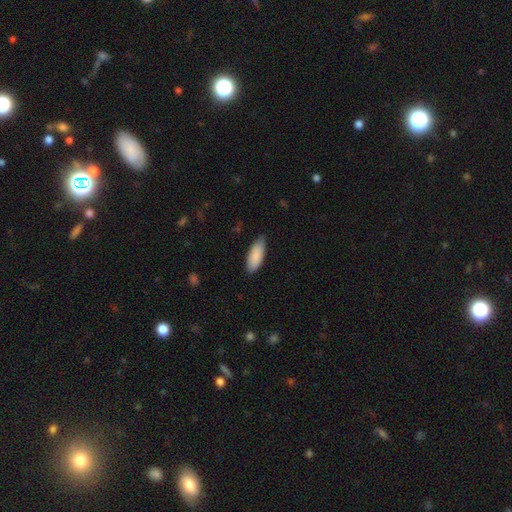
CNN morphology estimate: A smooth galaxy with no disk features (88%) that is in between round and cigar-shaped (79%).

Vote fractions:
- Smooth or featured? smooth: 88% / featured or disk: 6% / star or artifact: 6%
- How rounded? in between: 79% / cigar-shaped: 20% / round: 1%
- Merging? none: 75% / minor disturbance: 22% / major disturbance: 3% / merger: 1%